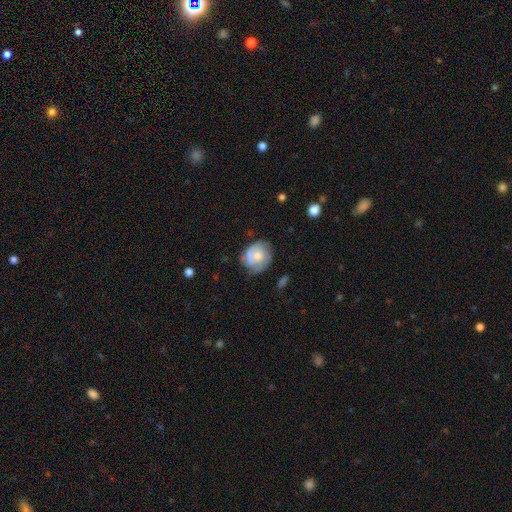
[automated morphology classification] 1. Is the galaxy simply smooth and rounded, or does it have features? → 49% featured or disk, 44% smooth, 7% star or artifact.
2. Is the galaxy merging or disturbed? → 57% none, 29% minor disturbance, 11% major disturbance, 3% merger.